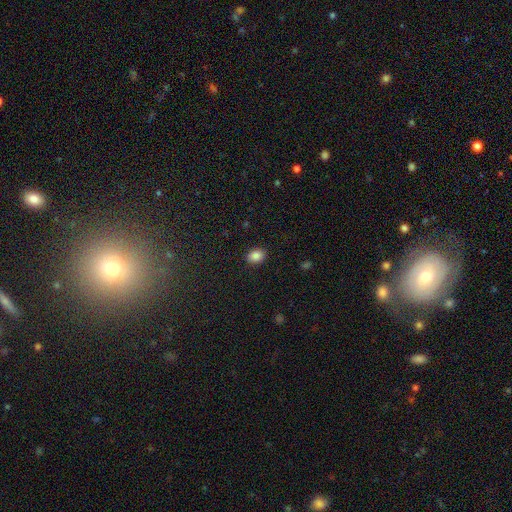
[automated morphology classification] smooth-or-featured: smooth: 87% | star or artifact: 9% | featured or disk: 4%
  how-rounded: in between: 63% | round: 36% | cigar-shaped: 1%
  merging: none: 89% | minor disturbance: 8% | major disturbance: 2% | merger: 1%